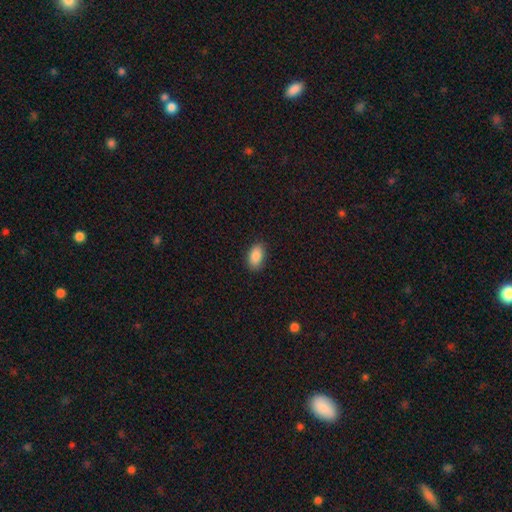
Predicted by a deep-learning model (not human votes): This appears to be a smooth galaxy with no disk features (88%) that is in between round and cigar-shaped (92%). Merging: none (86%).